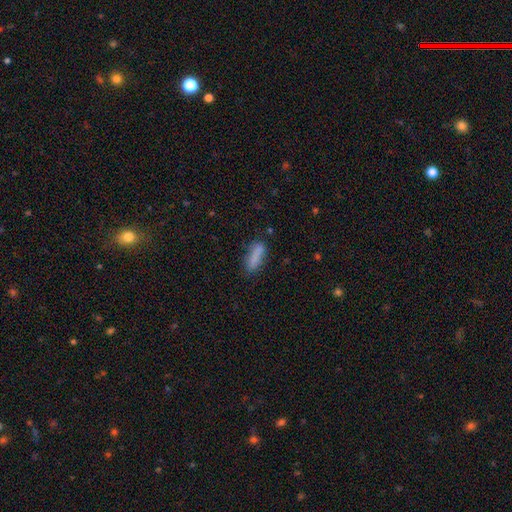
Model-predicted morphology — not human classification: type=smooth (83%); roundness=cigar-shaped (55%); merging=none (74%).